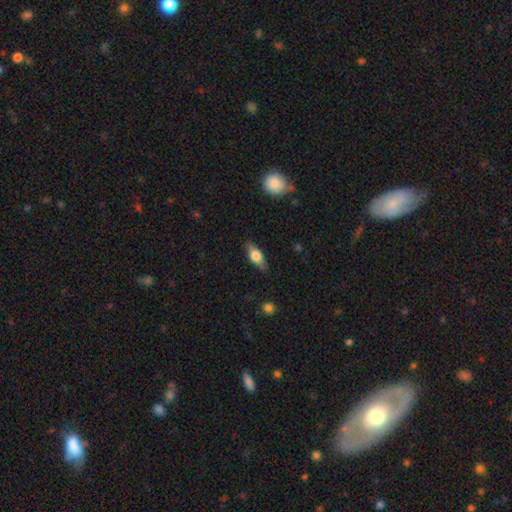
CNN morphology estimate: type=smooth (57%); roundness=in between (73%); merging=none (80%).